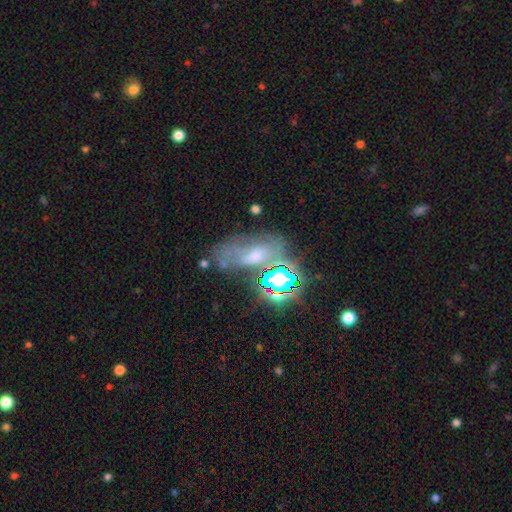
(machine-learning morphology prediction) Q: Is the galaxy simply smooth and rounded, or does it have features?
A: smooth — 37%.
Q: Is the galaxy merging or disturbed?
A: none — 44%.